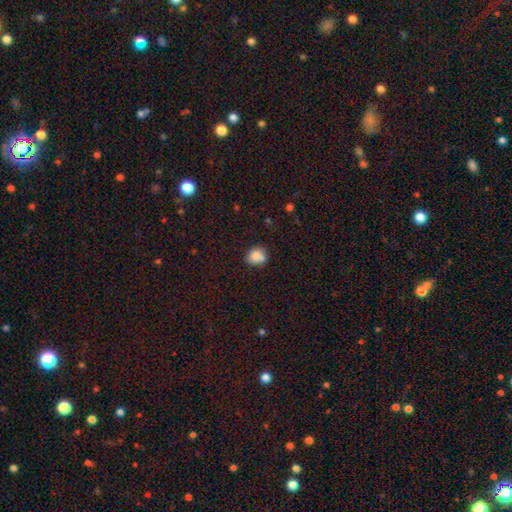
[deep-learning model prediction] The model was most divided on "merging": none: 58%, merger: 24%, minor disturbance: 15%, major disturbance: 4%. More confident: smooth or featured — smooth (80%); how rounded — round (67%).